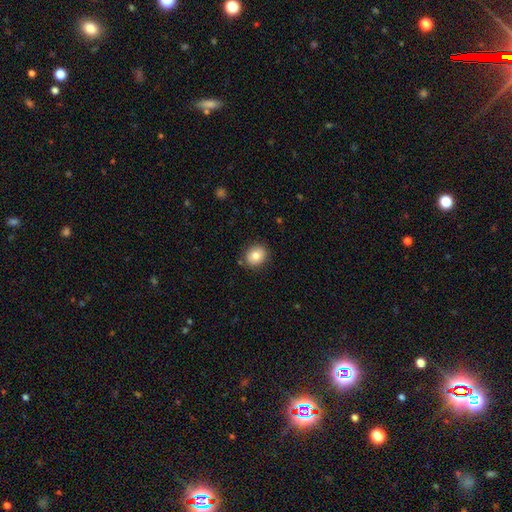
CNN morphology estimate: smooth_or_featured: smooth (p=0.82) [alt: featured or disk p=0.10]
how_rounded: round (p=0.67) [alt: in between p=0.32]
merging: none (p=0.87) [alt: minor disturbance p=0.09]